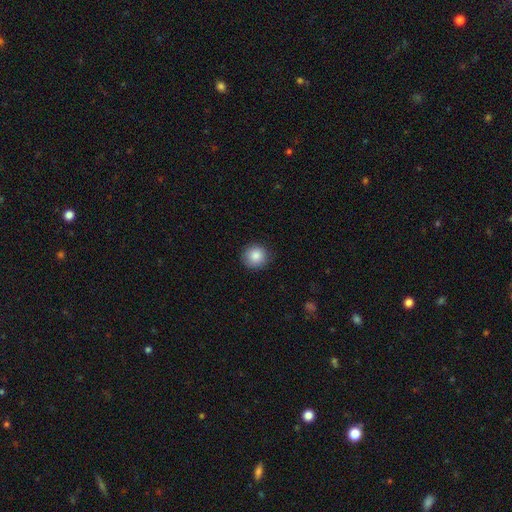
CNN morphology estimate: This appears to be a smooth galaxy with no disk features (87%) that is round (93%). Merging: none (89%).